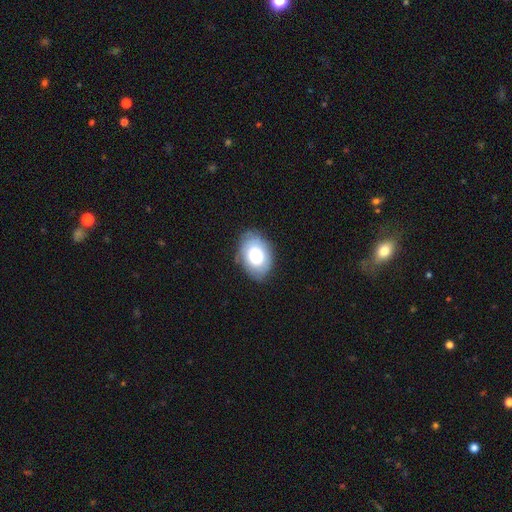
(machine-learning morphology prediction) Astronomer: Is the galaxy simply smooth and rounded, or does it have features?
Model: smooth — 70%.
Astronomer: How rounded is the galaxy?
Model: in between — 80%.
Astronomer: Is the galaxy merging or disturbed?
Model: none — 78%.